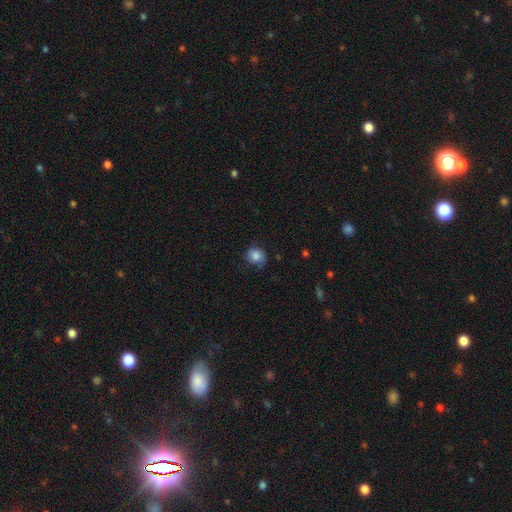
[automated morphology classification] This appears to be a smooth galaxy with no disk features (82%) that is round (74%). Merging: none (65%).